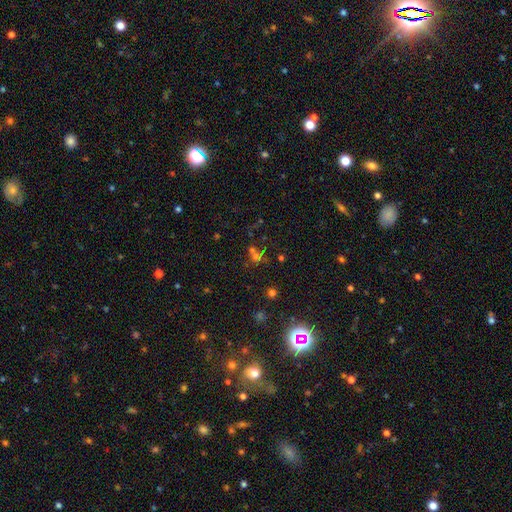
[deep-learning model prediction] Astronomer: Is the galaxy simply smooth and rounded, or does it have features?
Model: star or artifact — 45% (runner-up: smooth, 39%).